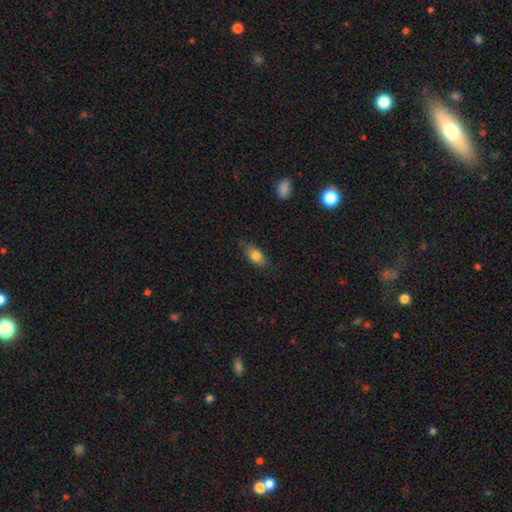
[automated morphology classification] Smooth or featured? smooth (78%)
How rounded? in between (83%)
Merging? none (73%)